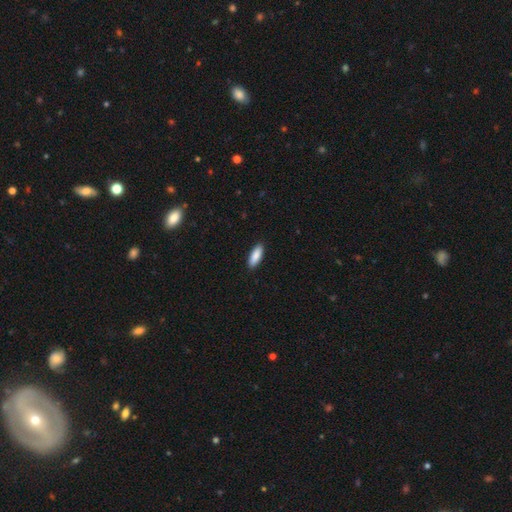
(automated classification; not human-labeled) Smooth or featured?
  - smooth: 89% *
  - star or artifact: 6%
  - featured or disk: 6%
How rounded?
  - in between: 64% *
  - cigar-shaped: 34%
  - round: 2%
Merging?
  - none: 90% *
  - minor disturbance: 7%
  - major disturbance: 2%
  - merger: 1%